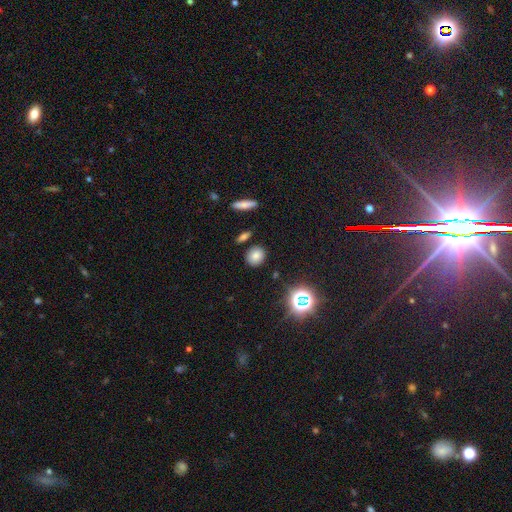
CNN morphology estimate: smooth-or-featured: smooth: 77% | star or artifact: 16% | featured or disk: 7%
  how-rounded: round: 69% | in between: 29% | cigar-shaped: 2%
  merging: none: 86% | minor disturbance: 8% | merger: 4% | major disturbance: 2%